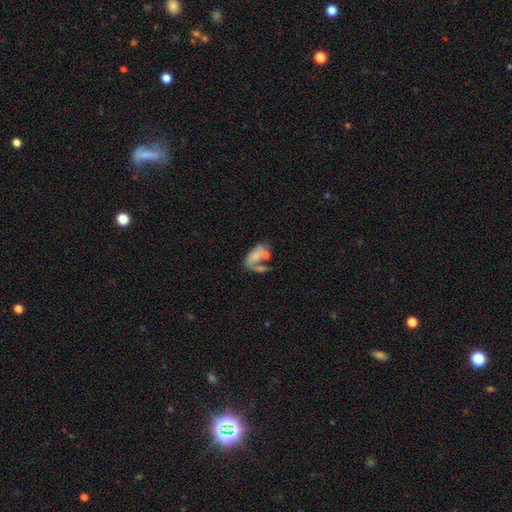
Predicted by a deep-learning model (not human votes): Overall: smooth (60%; featured or disk 31%). How rounded: in between (87%). Merging: merger (44%; none 25%).